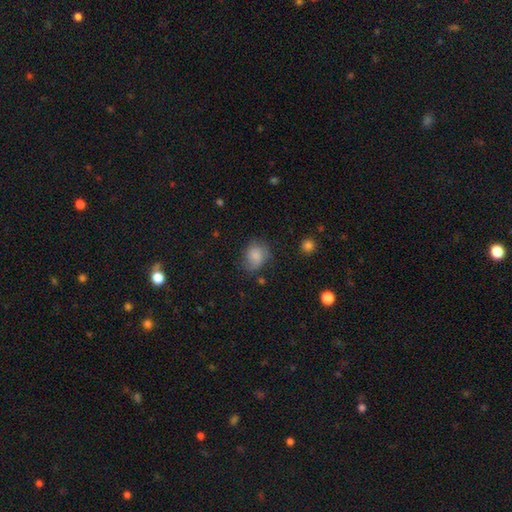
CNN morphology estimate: A smooth galaxy with no disk features (74%) that is round (53%). Merging: none (56%).